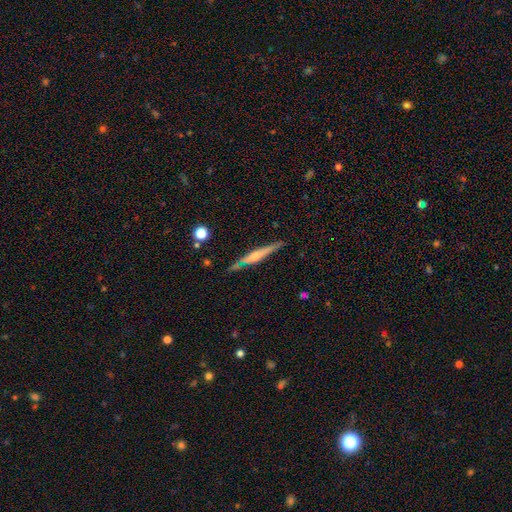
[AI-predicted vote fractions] A featured or disk galaxy (59%) viewed edge-on (95%) with a rounded central bulge (42%). Merging: none (76%).